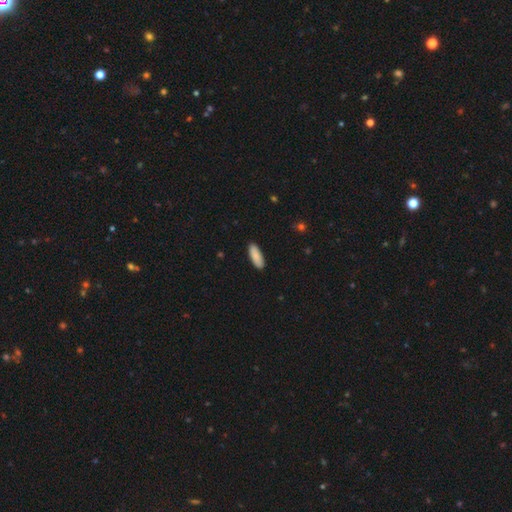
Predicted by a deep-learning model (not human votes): smooth_or_featured: smooth (p=0.89) [alt: star or artifact p=0.06]
how_rounded: in between (p=0.66) [alt: cigar-shaped p=0.32]
merging: none (p=0.90) [alt: minor disturbance p=0.08]